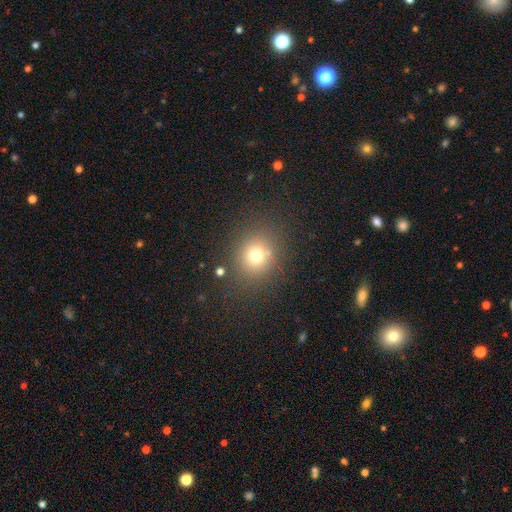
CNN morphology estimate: Smooth or featured?
  - smooth: 72% *
  - star or artifact: 18%
  - featured or disk: 10%
How rounded?
  - round: 80% *
  - in between: 19%
  - cigar-shaped: 1%
Merging?
  - none: 81% *
  - minor disturbance: 10%
  - major disturbance: 5%
  - merger: 5%